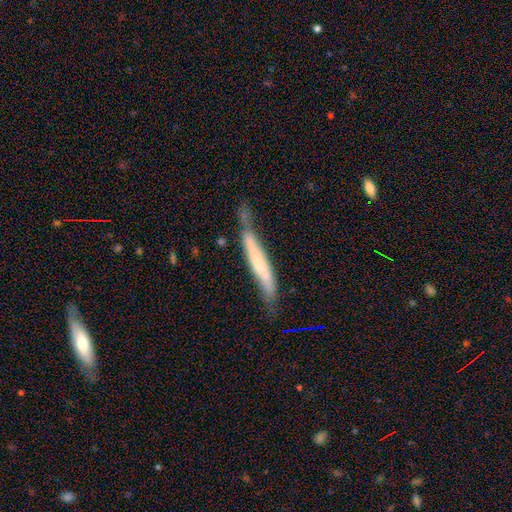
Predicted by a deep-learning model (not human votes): Smooth or featured?
  - featured or disk: 49% *
  - smooth: 45%
  - star or artifact: 6%
Merging?
  - none: 49% *
  - minor disturbance: 34%
  - major disturbance: 12%
  - merger: 5%